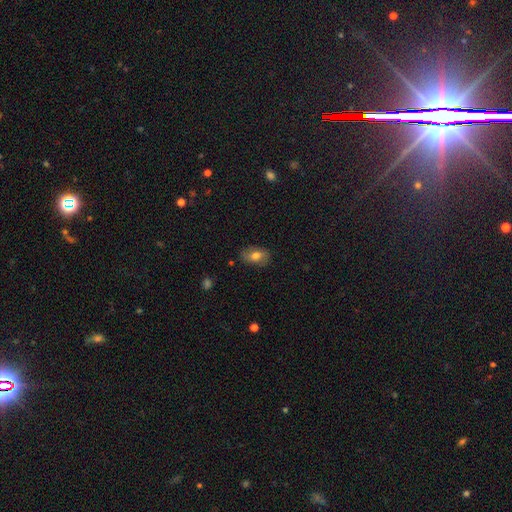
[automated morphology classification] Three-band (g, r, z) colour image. It shows a smooth galaxy with no disk features (68%) that is in between round and cigar-shaped (86%). Merging: none (78%).